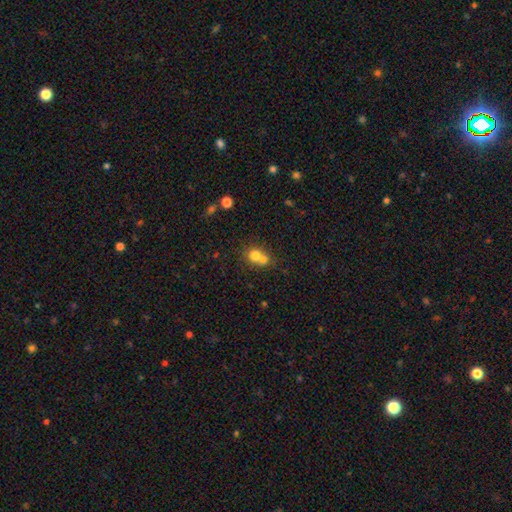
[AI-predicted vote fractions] Smooth or featured? Predicted: smooth (p=0.73). How rounded? Predicted: round (p=0.80). Merging? Predicted: merger (p=0.62).